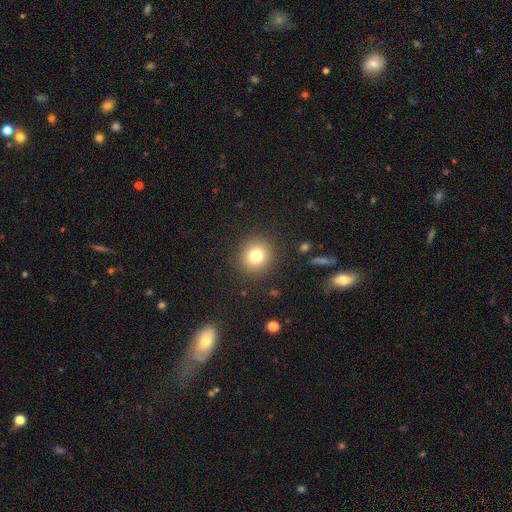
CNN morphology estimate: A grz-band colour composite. It shows a smooth galaxy with no disk features (78%) that is round (89%). Merging: none (89%).